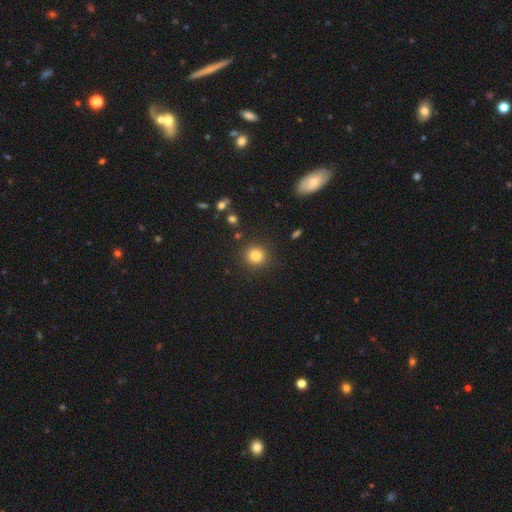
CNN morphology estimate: smooth-or-featured: smooth: 83% | star or artifact: 11% | featured or disk: 5%
  how-rounded: round: 88% | in between: 11% | cigar-shaped: 1%
  merging: none: 88% | minor disturbance: 7% | major disturbance: 3% | merger: 2%